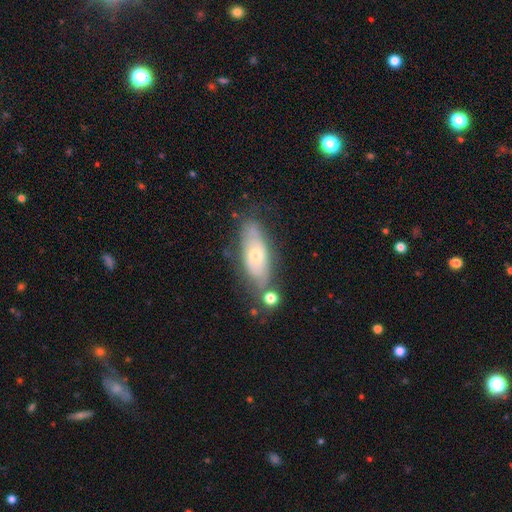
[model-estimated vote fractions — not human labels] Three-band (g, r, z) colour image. It shows a featured or disk galaxy (56%). Merging: none (61%).